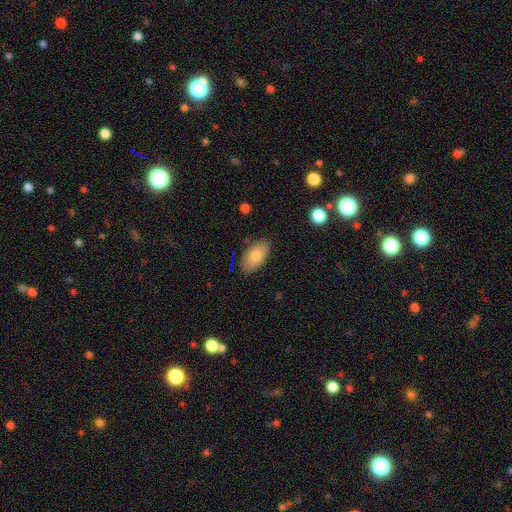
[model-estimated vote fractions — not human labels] Smooth or featured?
  - smooth: 76% *
  - featured or disk: 15%
  - star or artifact: 9%
How rounded?
  - in between: 92% *
  - cigar-shaped: 4%
  - round: 4%
Merging?
  - none: 85% *
  - minor disturbance: 12%
  - major disturbance: 2%
  - merger: 1%